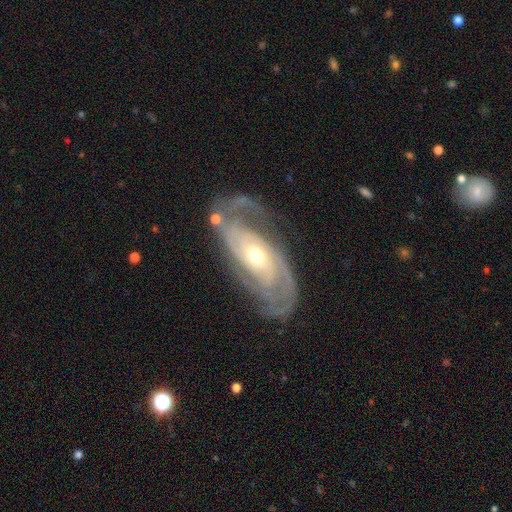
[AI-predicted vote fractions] Overall: featured or disk (90%). Edge-on disk: no (95%). Bar: no (66%). Spiral arms: yes (97%). Spiral arm count: 2 (60%). Spiral winding: tight (60%; medium 32%). Bulge size: moderate (50%; small 46%). Merging: none (72%).